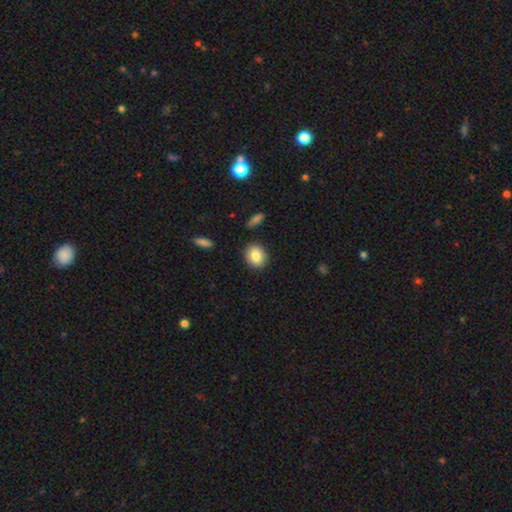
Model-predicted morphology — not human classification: Smooth or featured? smooth (83%)
How rounded? round (56%)
Merging? none (87%)